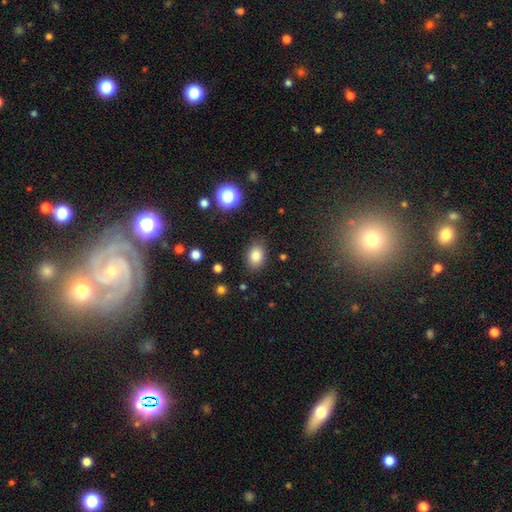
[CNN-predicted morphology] This appears to be a smooth galaxy with no disk features (83%) that is in between round and cigar-shaped (74%). Merging: none (84%).